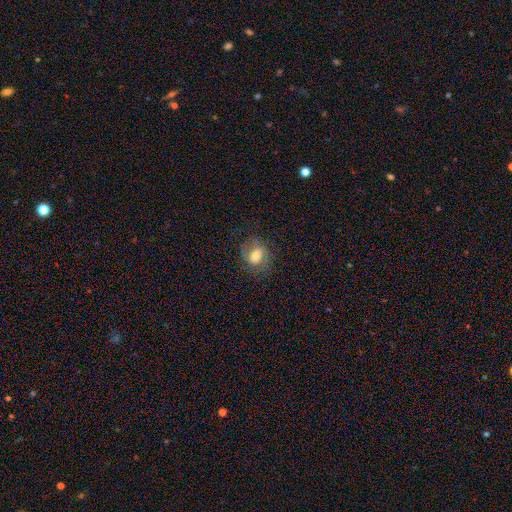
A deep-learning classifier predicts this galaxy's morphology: This is likely a smooth galaxy (64%). How rounded: possibly round (55%). Merging: likely none (71%).